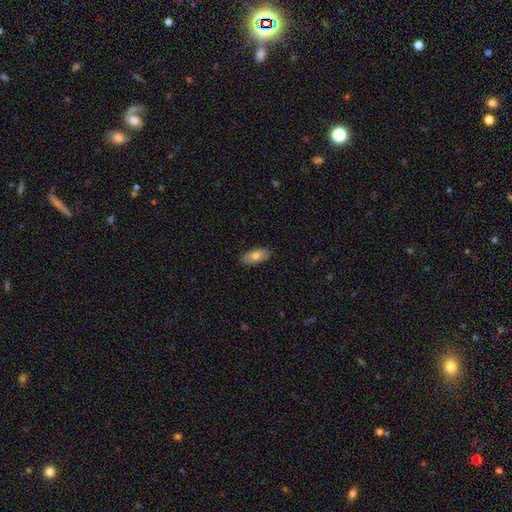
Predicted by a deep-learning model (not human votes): Morphology: type=smooth (74%); roundness=in between (89%); merging=none (88%).